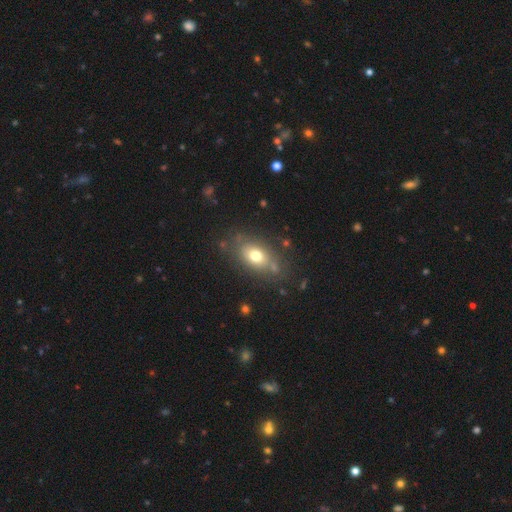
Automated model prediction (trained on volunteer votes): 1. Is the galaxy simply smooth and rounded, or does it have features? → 70% smooth, 20% featured or disk, 10% star or artifact.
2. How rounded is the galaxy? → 81% in between, 16% round, 3% cigar-shaped.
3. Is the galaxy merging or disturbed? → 71% none, 17% minor disturbance, 7% major disturbance, 5% merger.